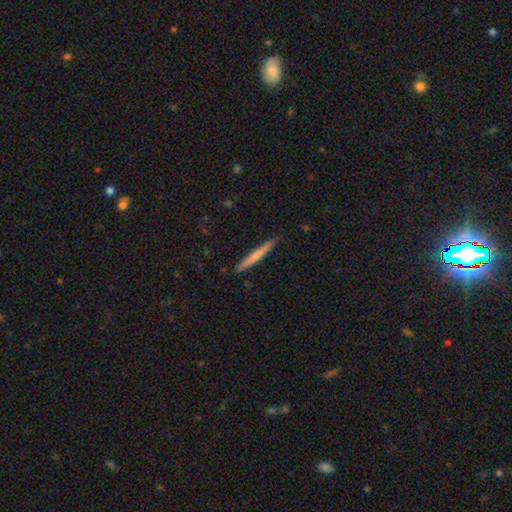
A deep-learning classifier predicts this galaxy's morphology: type=smooth (56%); roundness=cigar-shaped (96%); merging=none (90%).